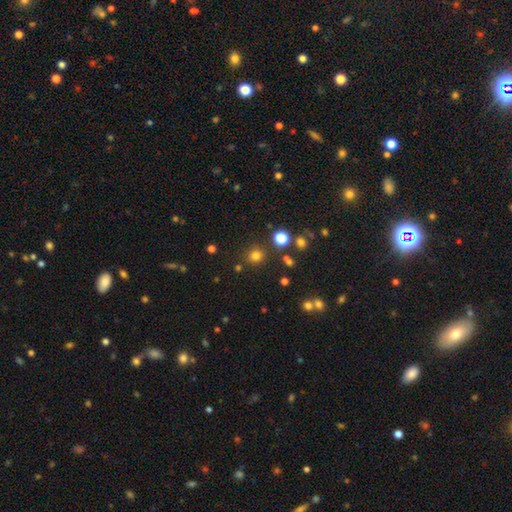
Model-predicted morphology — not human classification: type=smooth (76%); roundness=round (90%); merging=none (85%).